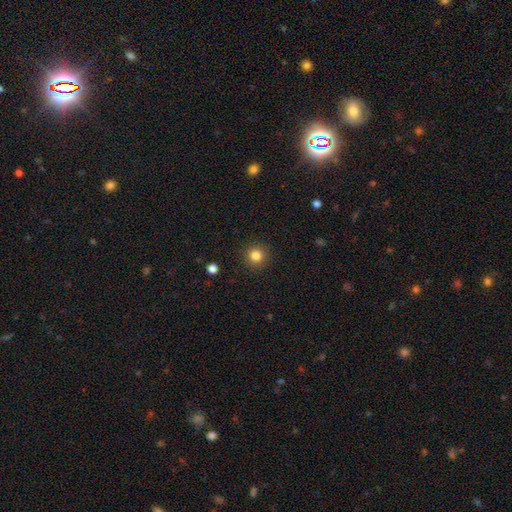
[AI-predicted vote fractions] Smooth or featured?
  - smooth: 83% *
  - star or artifact: 12%
  - featured or disk: 5%
How rounded?
  - round: 95% *
  - in between: 4%
  - cigar-shaped: 1%
Merging?
  - none: 92% *
  - minor disturbance: 5%
  - major disturbance: 2%
  - merger: 1%